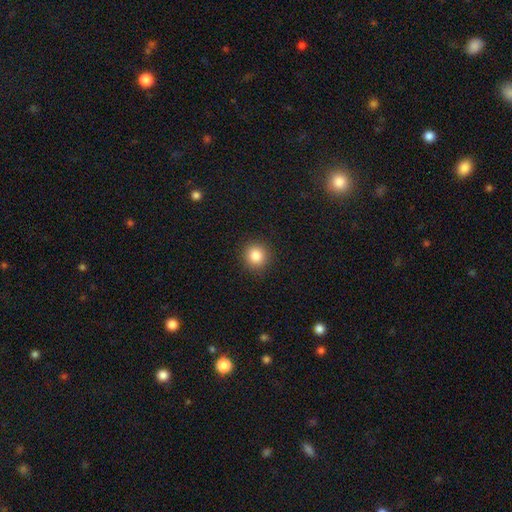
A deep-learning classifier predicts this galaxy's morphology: type=smooth (84%); roundness=round (92%); merging=none (92%).